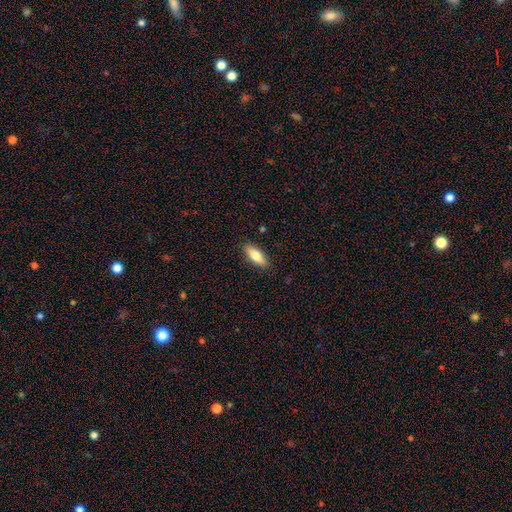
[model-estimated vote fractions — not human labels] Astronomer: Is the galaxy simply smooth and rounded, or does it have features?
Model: smooth — 75%.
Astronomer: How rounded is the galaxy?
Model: in between — 62%.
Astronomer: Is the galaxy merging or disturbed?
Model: none — 88%.